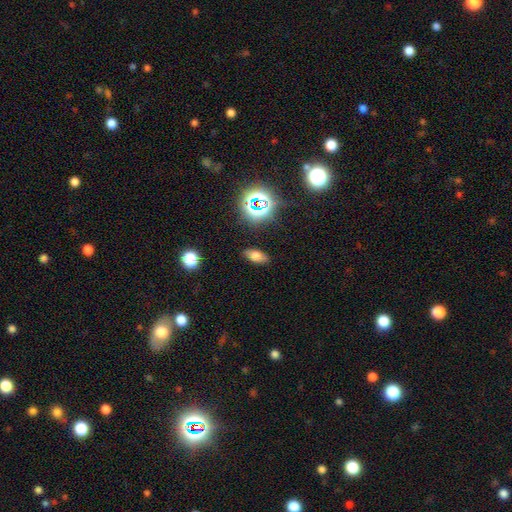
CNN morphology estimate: The model was most divided on "smooth or featured": smooth: 68%, star or artifact: 19%, featured or disk: 13%. More confident: merging — none (87%); how rounded — in between (85%).